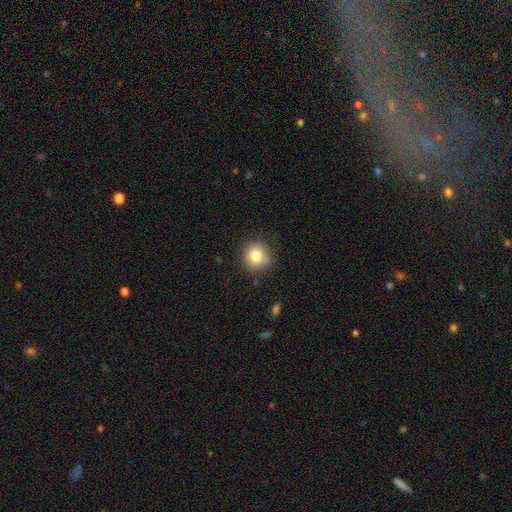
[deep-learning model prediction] smooth 81%, star or artifact 11%, featured or disk 9%. Down the decision tree: how rounded — round (87%); merging — none (81%).